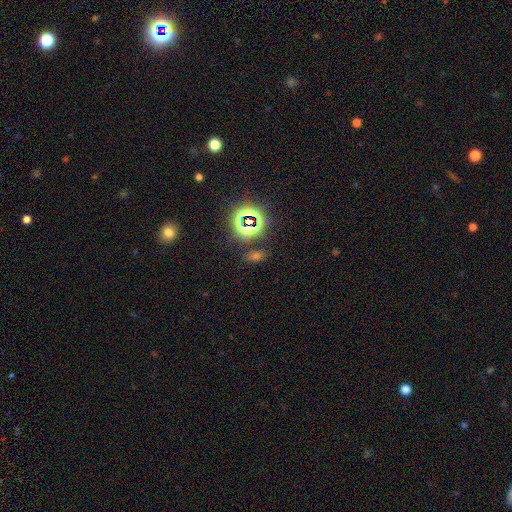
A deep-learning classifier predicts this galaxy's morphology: The model was most divided on "smooth or featured": star or artifact: 54%, smooth: 36%, featured or disk: 10%.